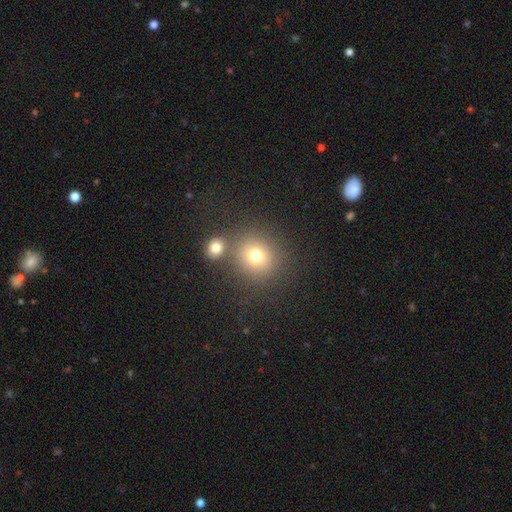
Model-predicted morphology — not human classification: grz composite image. It shows a smooth galaxy with no disk features (73%) that is round (87%). Merging: none (69%).